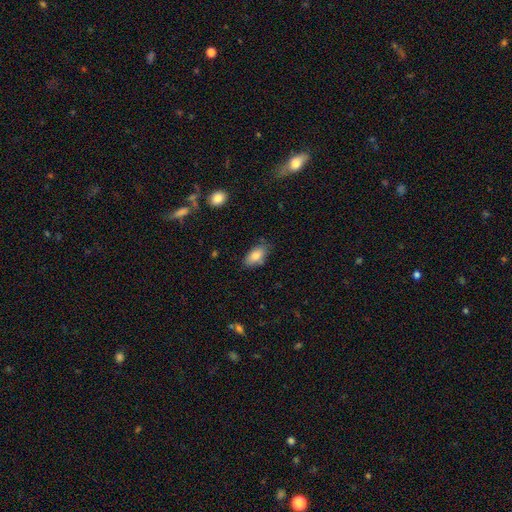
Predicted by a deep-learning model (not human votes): smooth 83%, featured or disk 10%, star or artifact 7%. Down the decision tree: how rounded — in between (90%); merging — none (75%).